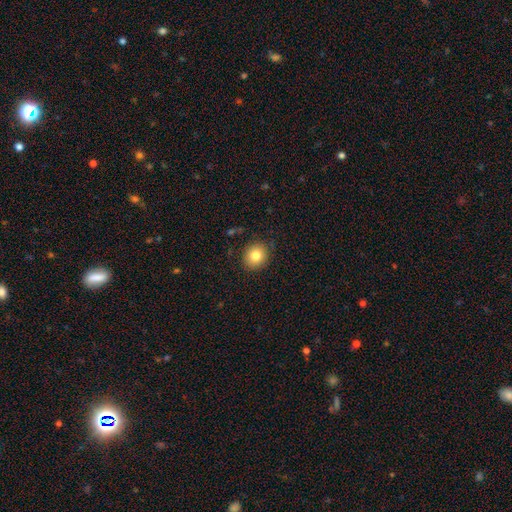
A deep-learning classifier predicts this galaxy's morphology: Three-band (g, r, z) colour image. It shows a smooth galaxy with no disk features (81%) that is round (80%). Merging: none (87%).